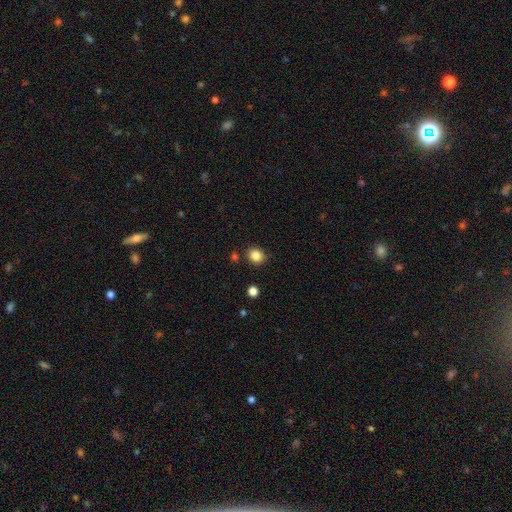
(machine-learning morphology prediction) Smooth or featured? Predicted: smooth (p=0.85). How rounded? Predicted: round (p=0.72). Merging? Predicted: none (p=0.85).